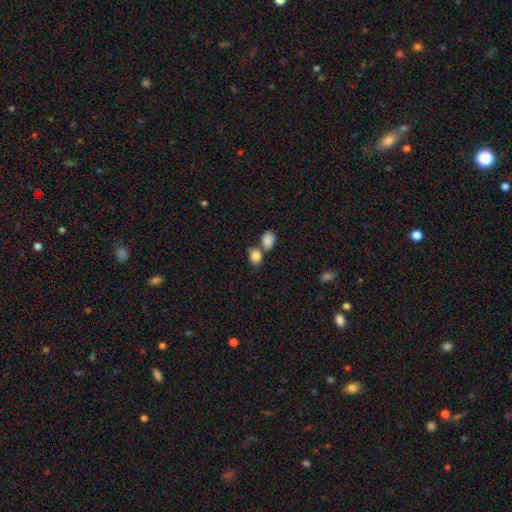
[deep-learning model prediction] Smooth or featured?
  - smooth: 84% *
  - star or artifact: 9%
  - featured or disk: 7%
How rounded?
  - in between: 58% *
  - round: 41%
  - cigar-shaped: 1%
Merging?
  - none: 43% *
  - merger: 41%
  - minor disturbance: 12%
  - major disturbance: 4%